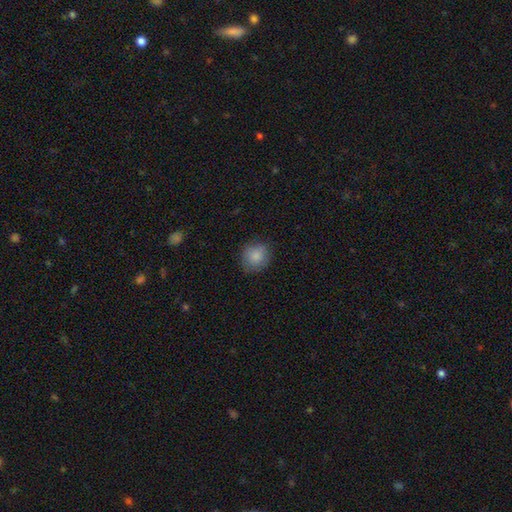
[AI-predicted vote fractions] The model was most divided on "how rounded": round: 84%, in between: 15%, cigar-shaped: 1%. More confident: smooth or featured — smooth (86%); merging — none (83%).